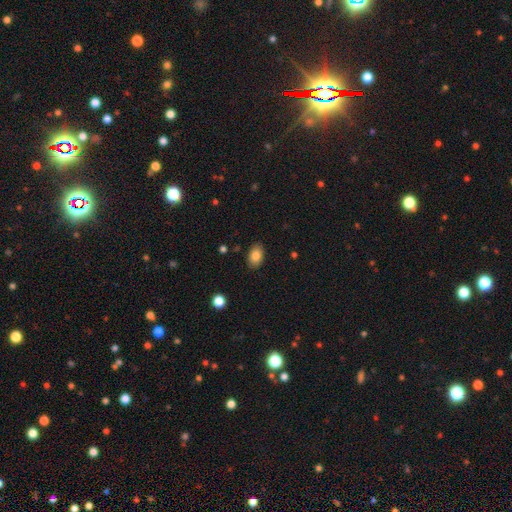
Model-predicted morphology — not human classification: type=smooth (84%); roundness=in between (87%); merging=none (87%).